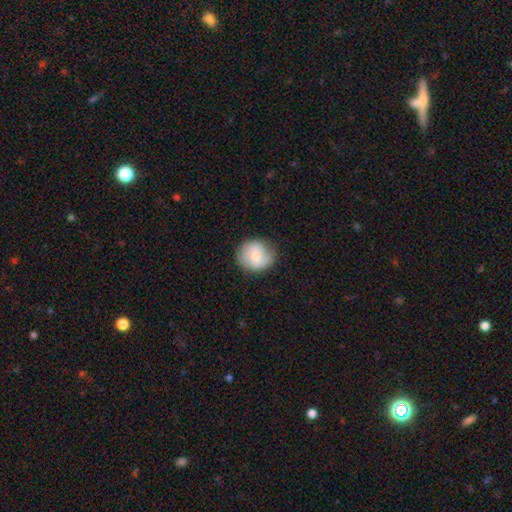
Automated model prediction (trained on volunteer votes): smooth 66%, featured or disk 26%, star or artifact 7%. Down the decision tree: how rounded — round (83%); merging — none (74%).